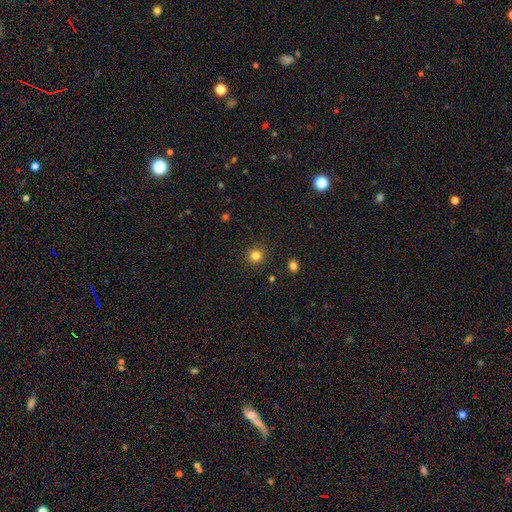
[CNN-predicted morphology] smooth 82%, star or artifact 13%, featured or disk 5%. Down the decision tree: how rounded — round (92%); merging — none (90%).